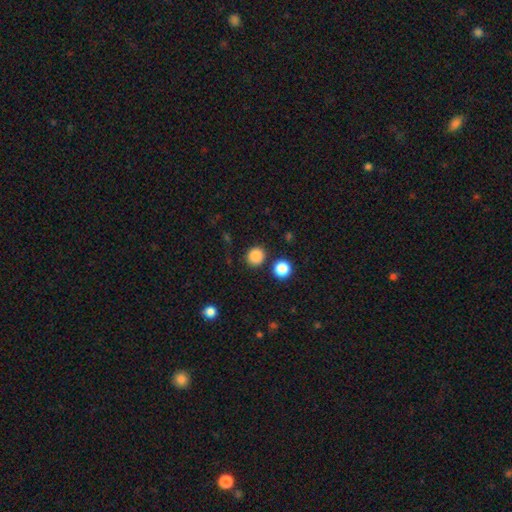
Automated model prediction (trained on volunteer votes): Smooth or featured? smooth (85%)
How rounded? round (87%)
Merging? none (84%)